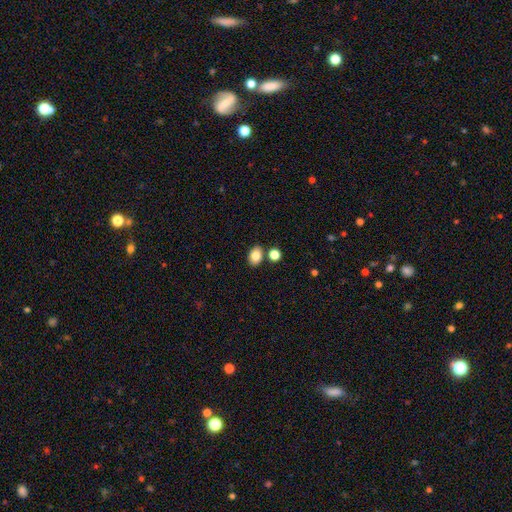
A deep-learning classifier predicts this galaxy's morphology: smooth_or_featured: smooth (p=0.83) [alt: star or artifact p=0.09]
how_rounded: in between (p=0.76) [alt: round p=0.23]
merging: none (p=0.79) [alt: minor disturbance p=0.09]